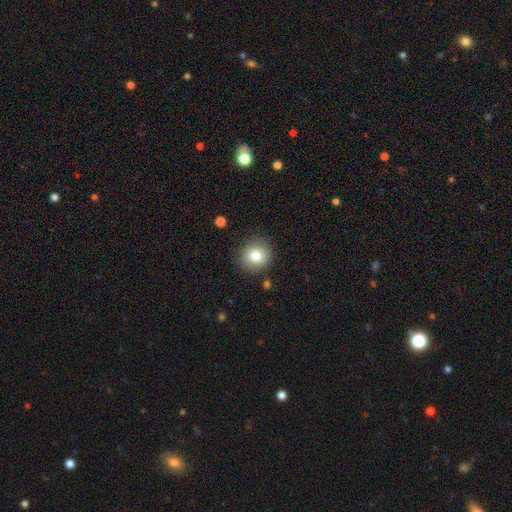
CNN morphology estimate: smooth 80%, star or artifact 11%, featured or disk 10%. Down the decision tree: how rounded — round (87%); merging — none (88%).